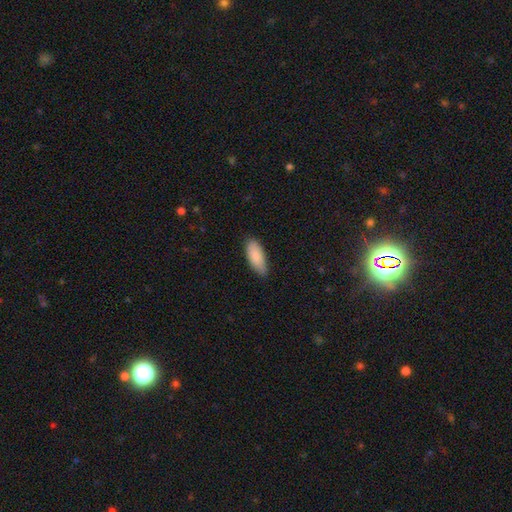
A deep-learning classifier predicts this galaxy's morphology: smooth 89%, featured or disk 6%, star or artifact 5%. Down the decision tree: how rounded — in between (81%); merging — none (78%).